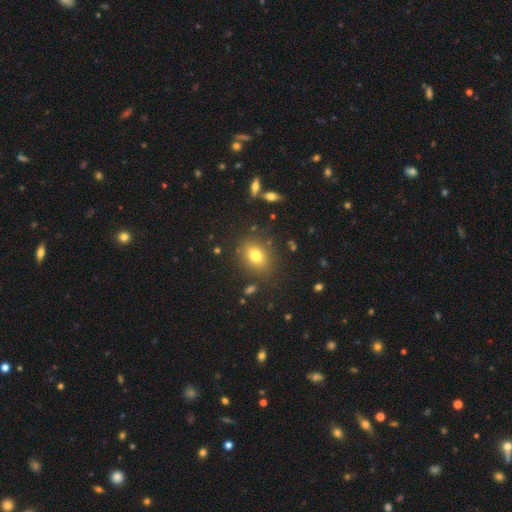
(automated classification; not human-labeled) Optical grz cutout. It shows a smooth galaxy with no disk features (77%) that is in between round and cigar-shaped (62%). Merging: none (83%).